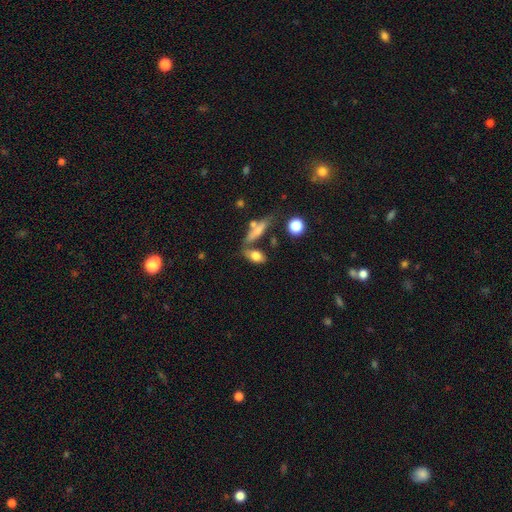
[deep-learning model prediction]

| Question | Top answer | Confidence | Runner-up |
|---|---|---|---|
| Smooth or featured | smooth | 71% | featured or disk (20%) |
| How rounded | in between | 74% | cigar-shaped (19%) |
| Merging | none | 54% | merger (24%) |